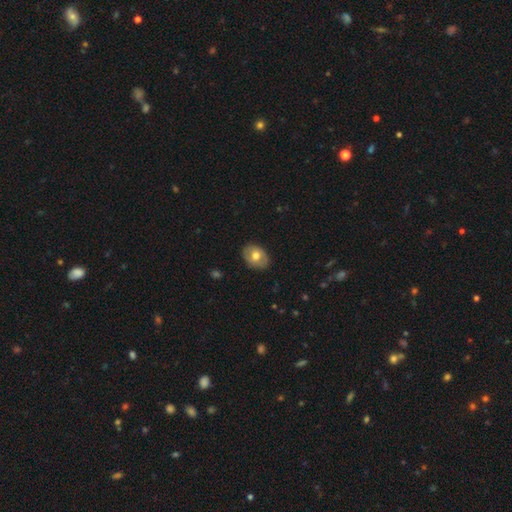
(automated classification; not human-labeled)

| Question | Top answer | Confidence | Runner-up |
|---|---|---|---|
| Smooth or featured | smooth | 62% | featured or disk (31%) |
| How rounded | in between | 69% | round (30%) |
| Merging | none | 84% | minor disturbance (12%) |